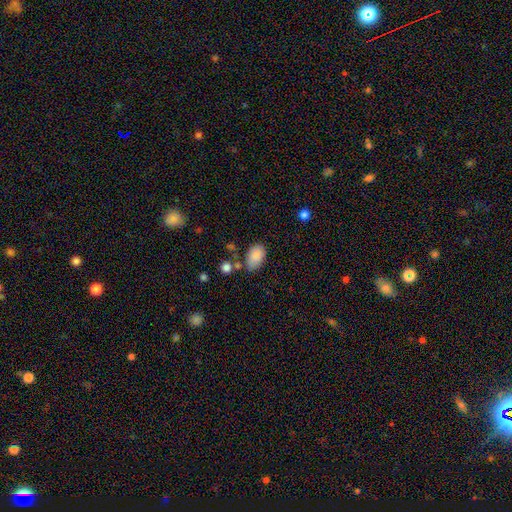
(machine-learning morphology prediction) smooth 87%, star or artifact 8%, featured or disk 5%. Down the decision tree: how rounded — in between (91%); merging — none (64%).